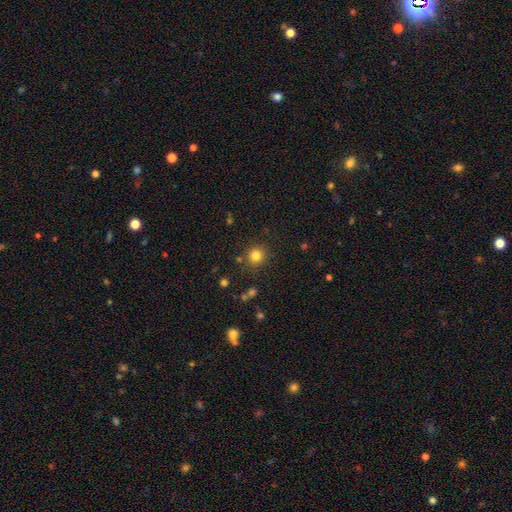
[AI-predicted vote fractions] Smooth or featured: smooth — 81% (star or artifact — 14%)
How rounded: round — 92% (in between — 7%)
Merging: none — 86% (minor disturbance — 8%)